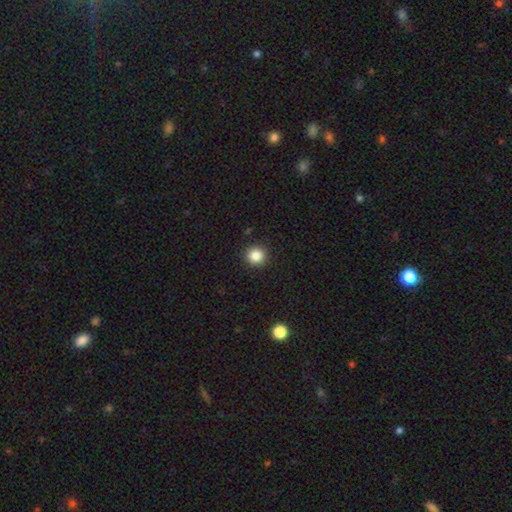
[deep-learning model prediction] smooth 85%, star or artifact 11%, featured or disk 4%. Down the decision tree: how rounded — round (94%); merging — none (92%).